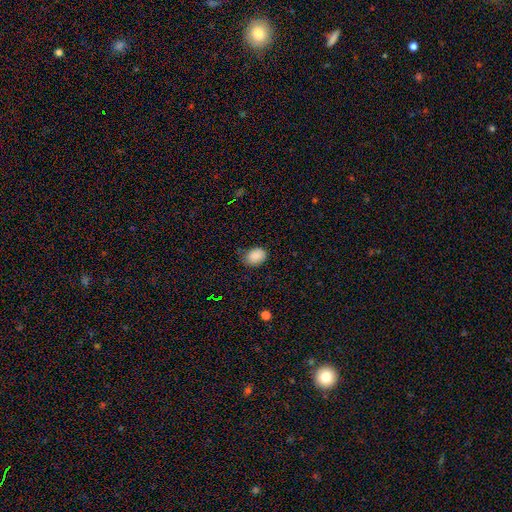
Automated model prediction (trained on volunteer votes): smooth_or_featured: smooth (p=0.88) [alt: star or artifact p=0.08]
how_rounded: in between (p=0.67) [alt: round p=0.32]
merging: none (p=0.64) [alt: minor disturbance p=0.28]